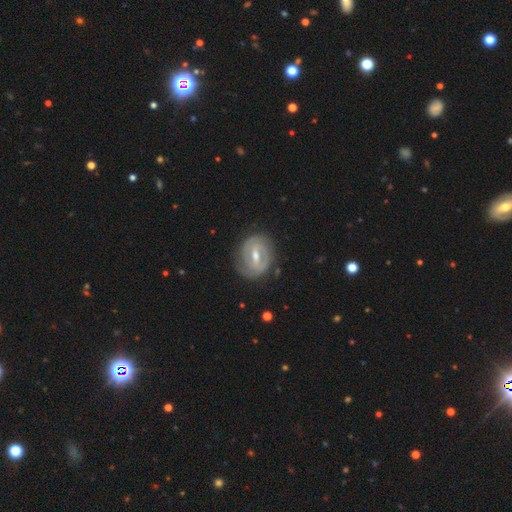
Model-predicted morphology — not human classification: Q: Smooth or featured?
A: featured or disk (80%); runner-up: smooth (14%)
Q: Edge-on disk?
A: no (94%); runner-up: yes (6%)
Q: Bar?
A: strong (49%); runner-up: weak (40%)
Q: Spiral arms?
A: yes (81%); runner-up: no (19%)
Q: Spiral winding?
A: tight (64%); runner-up: medium (27%)
Q: Spiral arm count?
A: 2 (63%); runner-up: can't tell (22%)
Q: Bulge size?
A: moderate (62%); runner-up: small (33%)
Q: Merging?
A: none (79%); runner-up: minor disturbance (15%)